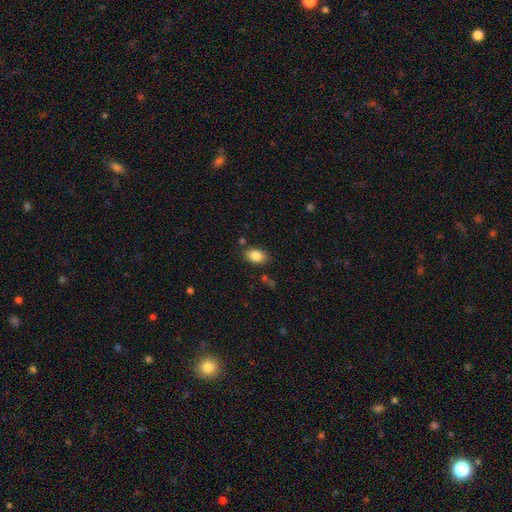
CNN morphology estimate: A smooth galaxy with no disk features (85%) that is in between round and cigar-shaped (85%). Merging: none (81%).